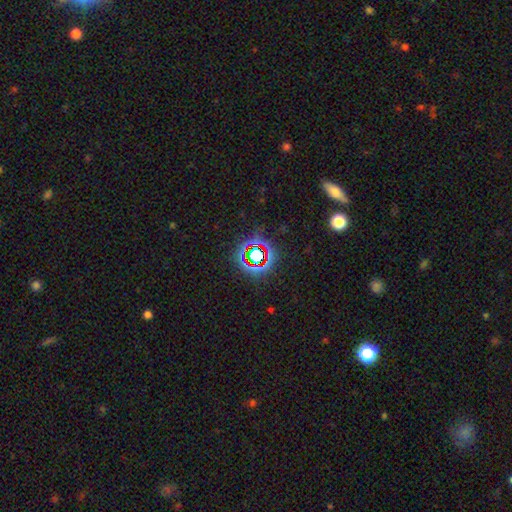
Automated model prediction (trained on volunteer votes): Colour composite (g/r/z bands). It shows a star or artifact, not a galaxy (73%).